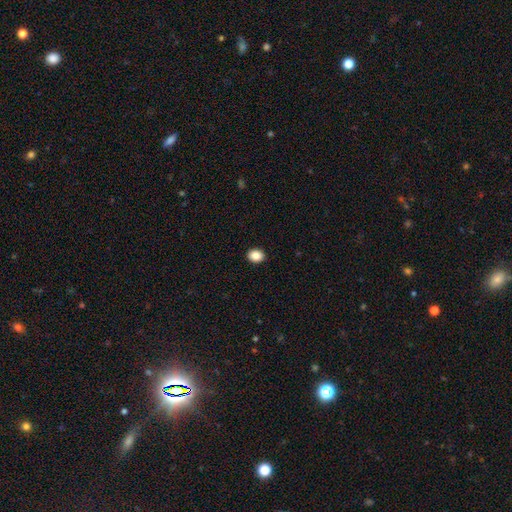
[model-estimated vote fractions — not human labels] Morphology: type=smooth (88%); roundness=round (53%); merging=none (92%).